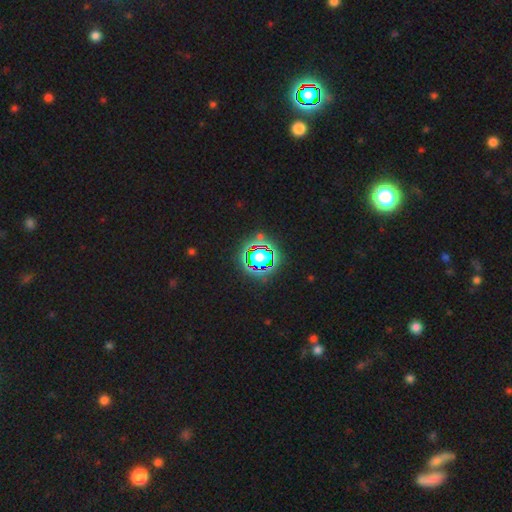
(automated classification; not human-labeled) This is likely a star or artifact rather than a galaxy (78%).